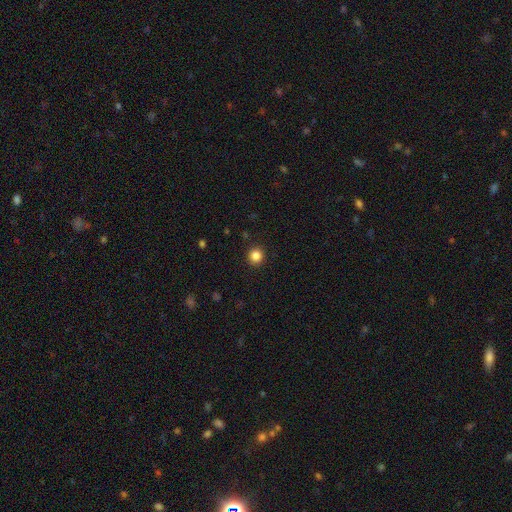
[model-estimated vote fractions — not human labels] A smooth galaxy with no disk features (85%) that is round (93%). Merging: none (92%).